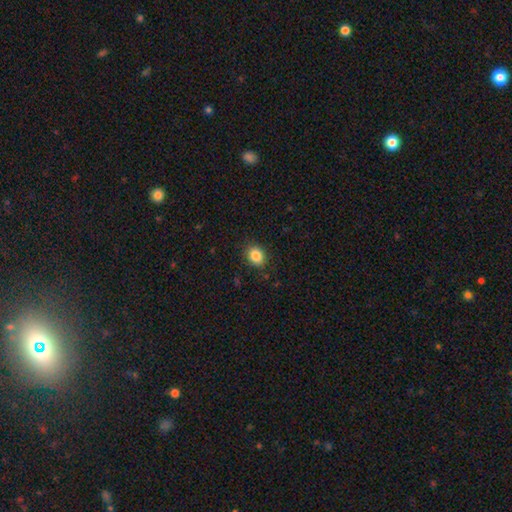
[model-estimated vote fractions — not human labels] Morphology: type=smooth (86%); roundness=in between (55%); merging=none (87%).